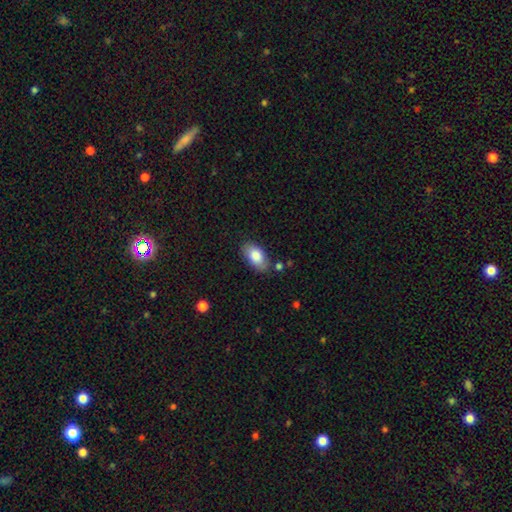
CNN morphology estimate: This is clearly a smooth galaxy (82%). How rounded: clearly in between (93%). Merging: likely none (77%).